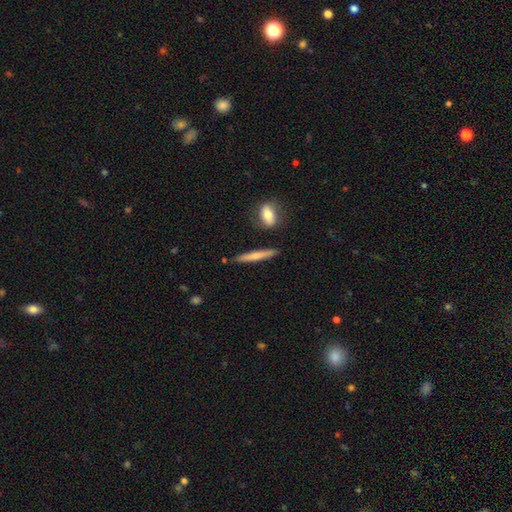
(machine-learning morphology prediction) type=smooth (62%); roundness=cigar-shaped (92%); merging=none (85%).